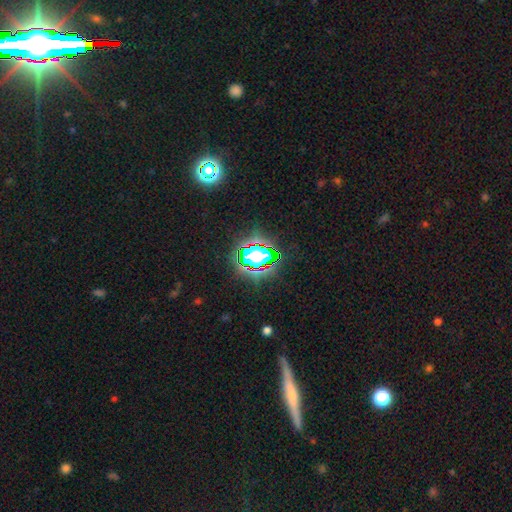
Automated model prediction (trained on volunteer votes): The model was most divided on "smooth or featured": star or artifact: 67%, smooth: 20%, featured or disk: 12%.